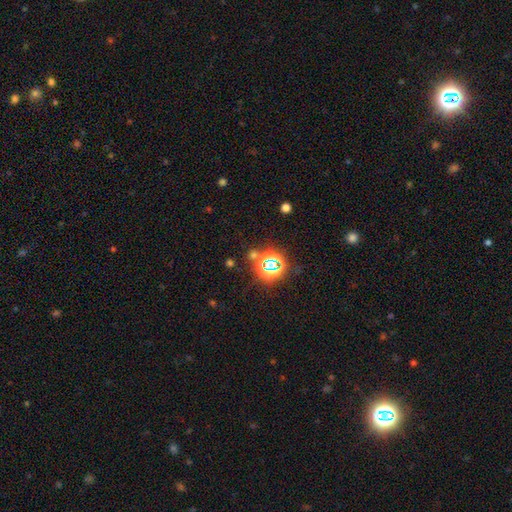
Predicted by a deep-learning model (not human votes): This is likely a star or artifact rather than a galaxy (73%).